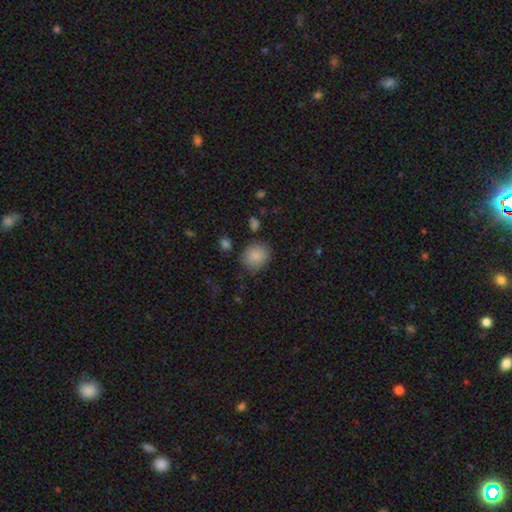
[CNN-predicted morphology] Overall: smooth (86%). How rounded: round (69%; in between 30%). Merging: none (79%).